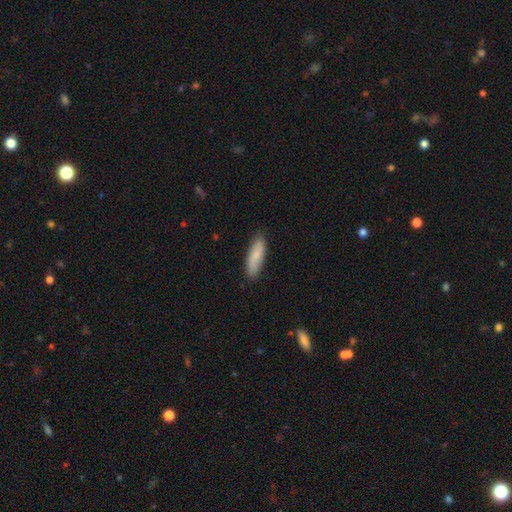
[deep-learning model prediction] This appears to be a smooth galaxy with no disk features (78%) that is cigar-shaped (53%). Merging: none (85%).